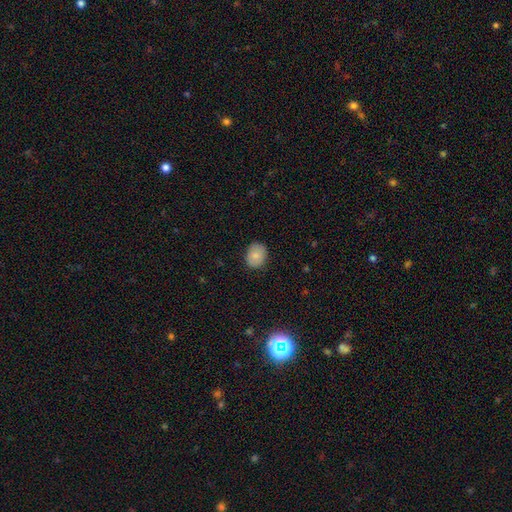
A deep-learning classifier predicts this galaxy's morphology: Smooth or featured: smooth — 82% (featured or disk — 10%)
How rounded: in between — 56% (round — 43%)
Merging: none — 86% (minor disturbance — 11%)